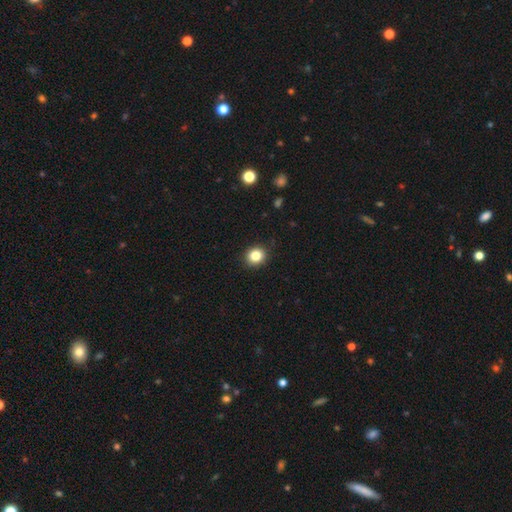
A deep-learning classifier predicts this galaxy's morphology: A smooth galaxy with no disk features (84%) that is round (78%). Merging: none (91%).